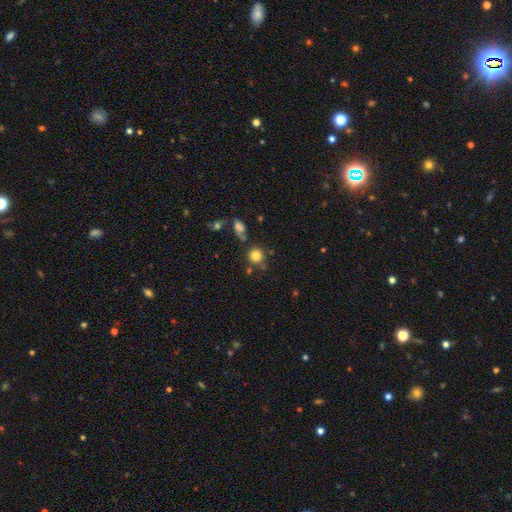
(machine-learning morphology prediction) This is clearly a smooth galaxy (81%). How rounded: clearly round (90%). Merging: likely none (71%).